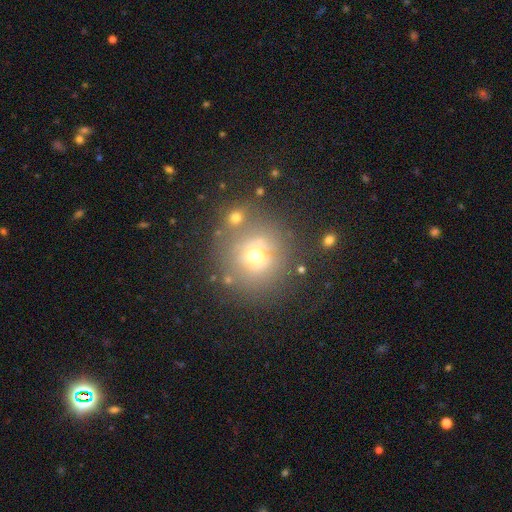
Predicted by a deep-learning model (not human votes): smooth_or_featured: smooth (p=0.61) [alt: star or artifact p=0.19]
how_rounded: round (p=0.91) [alt: in between p=0.08]
merging: none (p=0.67) [alt: merger p=0.13]